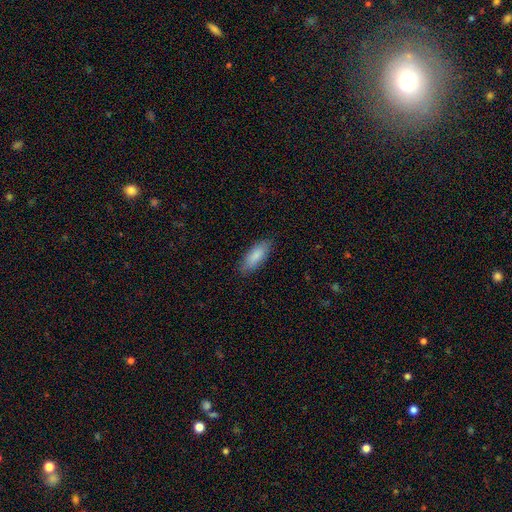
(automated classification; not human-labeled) Smooth or featured?
  - smooth: 86% *
  - featured or disk: 8%
  - star or artifact: 6%
How rounded?
  - in between: 70% *
  - cigar-shaped: 28%
  - round: 2%
Merging?
  - none: 85% *
  - minor disturbance: 11%
  - major disturbance: 2%
  - merger: 1%